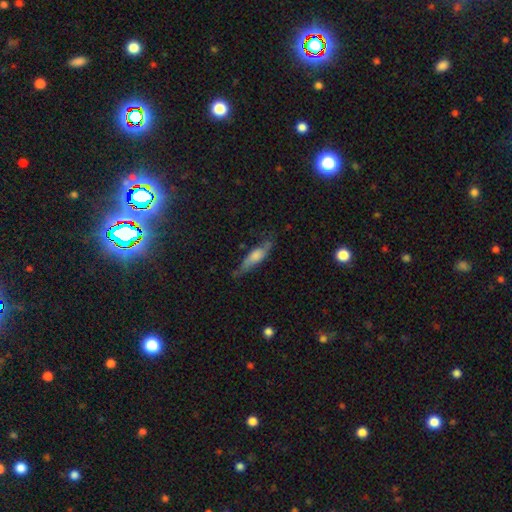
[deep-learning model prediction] A smooth galaxy with no disk features (46%).

Vote fractions:
- Smooth or featured? smooth: 46% / featured or disk: 45% / star or artifact: 8%
- Merging? none: 64% / minor disturbance: 26% / major disturbance: 9% / merger: 2%